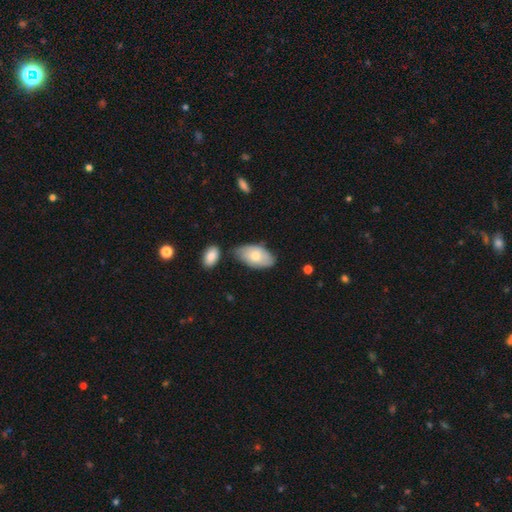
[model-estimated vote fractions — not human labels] Morphology: type=smooth (69%); roundness=in between (94%); merging=none (62%).